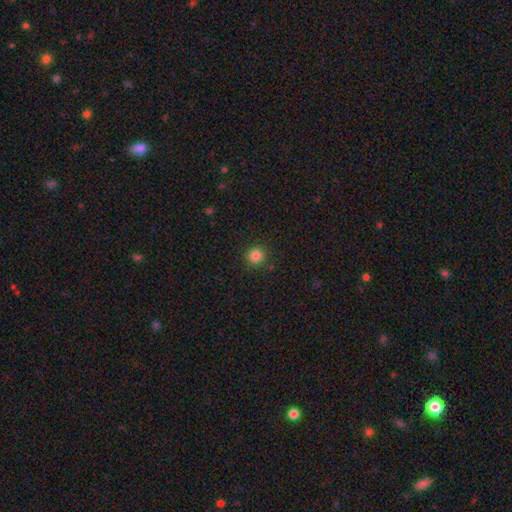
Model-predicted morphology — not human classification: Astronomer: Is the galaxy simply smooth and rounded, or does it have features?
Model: smooth — 84%.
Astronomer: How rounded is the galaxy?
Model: round — 92%.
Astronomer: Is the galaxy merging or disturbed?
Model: none — 90%.